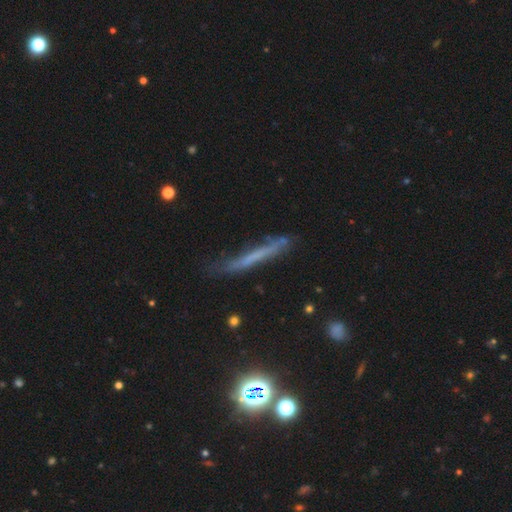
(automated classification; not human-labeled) smooth-or-featured: smooth: 42% (tied) | featured or disk: 42% (tied) | star or artifact: 15%
  merging: none: 63% | minor disturbance: 26% | major disturbance: 8% | merger: 3%